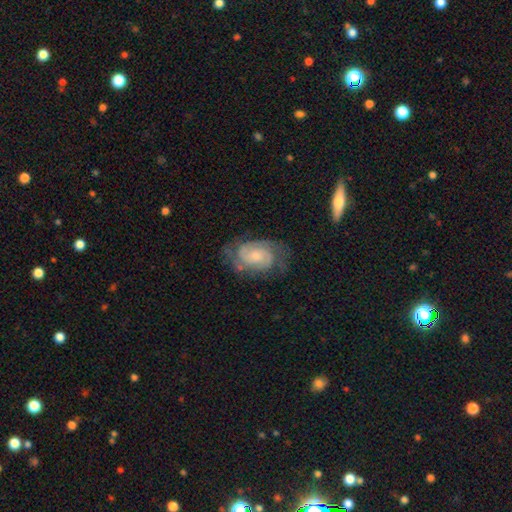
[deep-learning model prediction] The model was most divided on "spiral winding": tight: 53%, medium: 38%, loose: 9%. More confident: edge-on disk — no (97%); spiral arms — yes (95%); smooth or featured — featured or disk (82%); spiral arm count — 2 (73%); merging — none (68%); bar — no (63%); bulge size — small (56%).